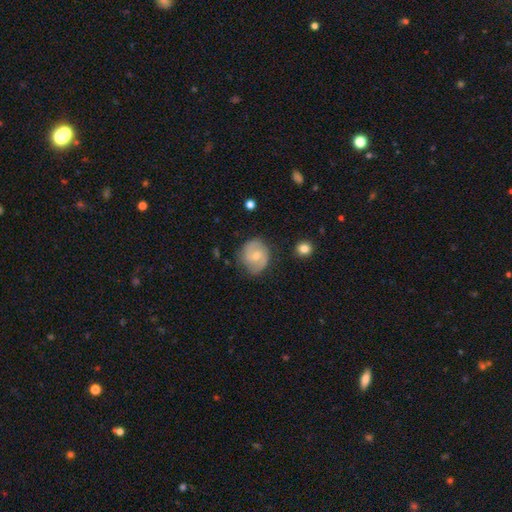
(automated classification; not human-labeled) Q: Smooth or featured?
A: featured or disk (64%); runner-up: smooth (30%)
Q: Edge-on disk?
A: no (98%); runner-up: yes (2%)
Q: Bar?
A: no (54%); runner-up: weak (39%)
Q: Spiral arms?
A: yes (88%); runner-up: no (12%)
Q: Spiral winding?
A: medium (48%); runner-up: tight (30%)
Q: Spiral arm count?
A: 2 (83%); runner-up: can't tell (10%)
Q: Bulge size?
A: small (50%); runner-up: moderate (46%)
Q: Merging?
A: none (73%); runner-up: minor disturbance (19%)